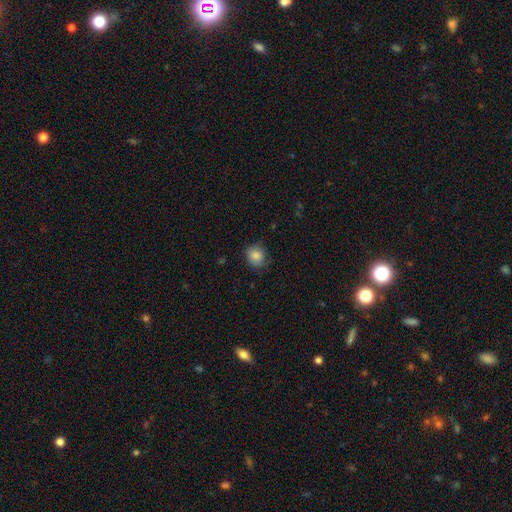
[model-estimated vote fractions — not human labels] smooth-or-featured: smooth: 84% | star or artifact: 9% | featured or disk: 8%
  how-rounded: round: 75% | in between: 24% | cigar-shaped: 1%
  merging: none: 73% | minor disturbance: 21% | major disturbance: 5% | merger: 1%